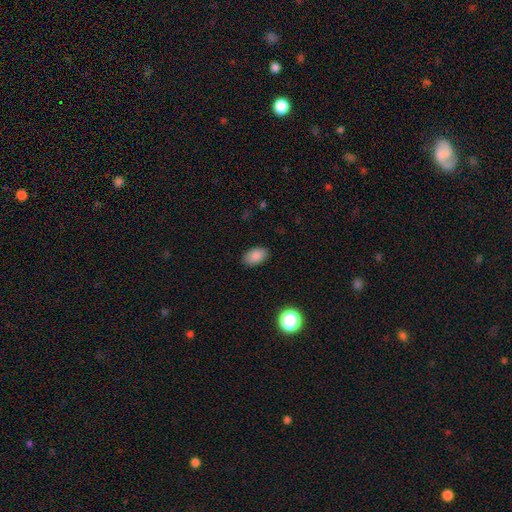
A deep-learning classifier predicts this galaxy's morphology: Smooth or featured? smooth (87%)
How rounded? in between (92%)
Merging? none (88%)